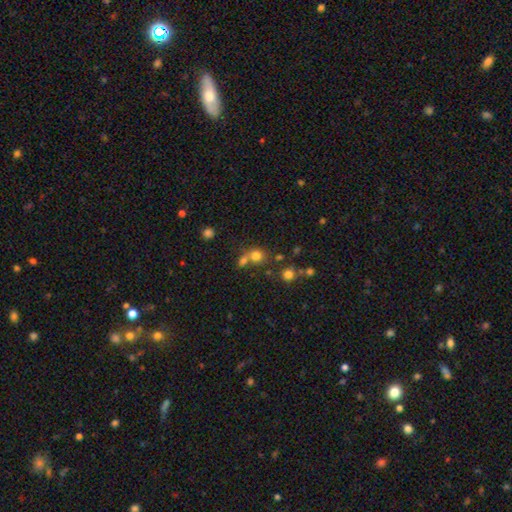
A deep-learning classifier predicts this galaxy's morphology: type=smooth (73%); roundness=round (80%); merging=none (50%).